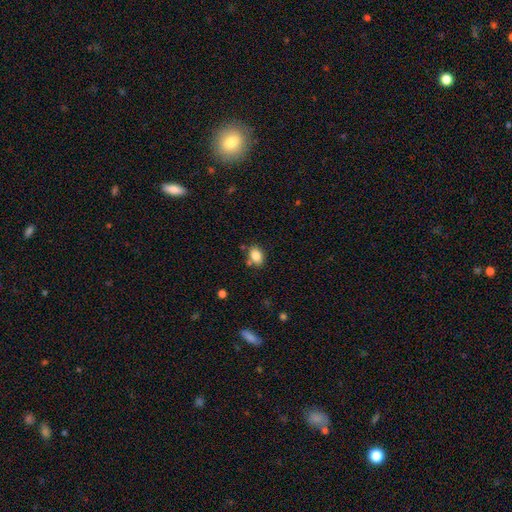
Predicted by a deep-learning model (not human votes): Overall: smooth (84%). How rounded: in between (75%). Merging: none (74%).